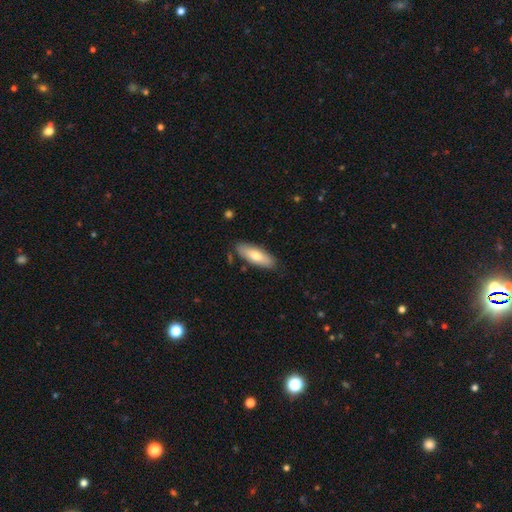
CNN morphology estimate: Q: Smooth or featured?
A: smooth (71%); runner-up: featured or disk (23%)
Q: How rounded?
A: in between (61%); runner-up: cigar-shaped (37%)
Q: Merging?
A: none (84%); runner-up: minor disturbance (11%)